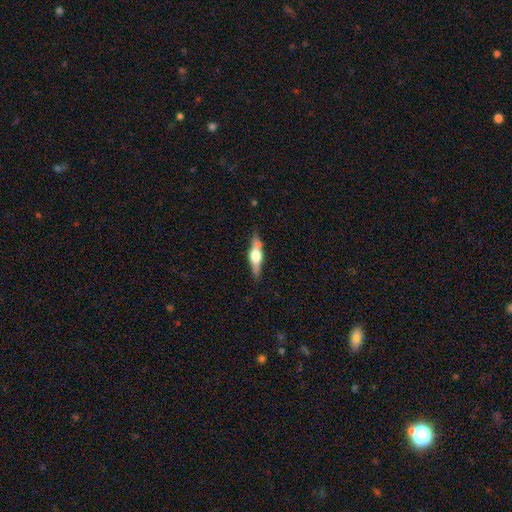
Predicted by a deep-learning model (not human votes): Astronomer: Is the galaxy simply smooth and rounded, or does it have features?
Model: featured or disk — 64%.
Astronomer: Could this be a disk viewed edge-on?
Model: yes — 94%.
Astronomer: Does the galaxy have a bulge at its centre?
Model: rounded — 93%.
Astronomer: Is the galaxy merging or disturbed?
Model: none — 75%.